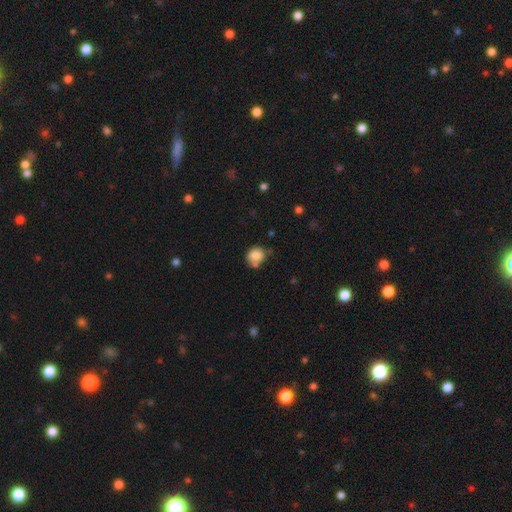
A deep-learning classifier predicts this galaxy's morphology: Smooth or featured? Predicted: smooth (p=0.83). How rounded? Predicted: round (p=0.74). Merging? Predicted: none (p=0.56).